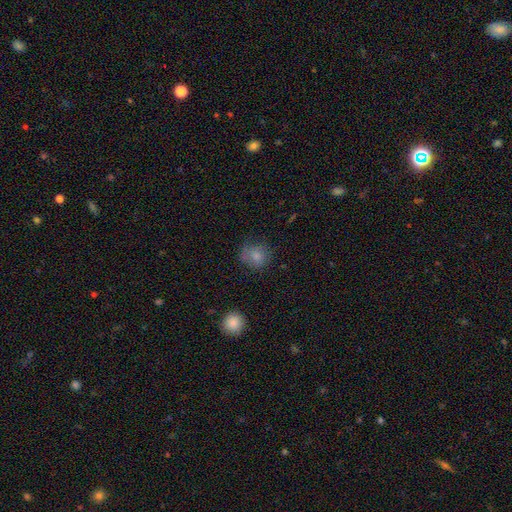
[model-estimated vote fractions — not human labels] smooth 77%, featured or disk 12%, star or artifact 10%. Down the decision tree: how rounded — round (78%); merging — none (61%).